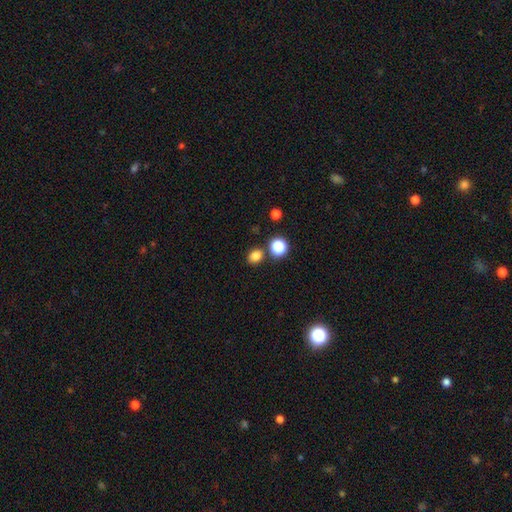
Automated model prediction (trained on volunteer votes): smooth 81%, star or artifact 15%, featured or disk 5%. Down the decision tree: how rounded — round (59%); merging — none (79%).